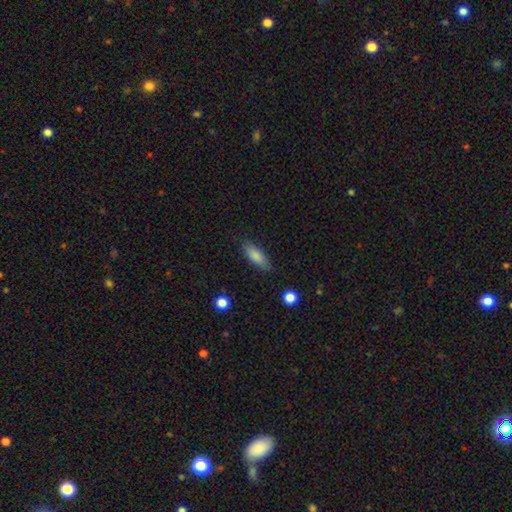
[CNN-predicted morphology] smooth-or-featured: smooth: 84% | featured or disk: 9% | star or artifact: 7%
  how-rounded: in between: 65% | cigar-shaped: 33% | round: 2%
  merging: none: 84% | minor disturbance: 12% | major disturbance: 3% | merger: 1%